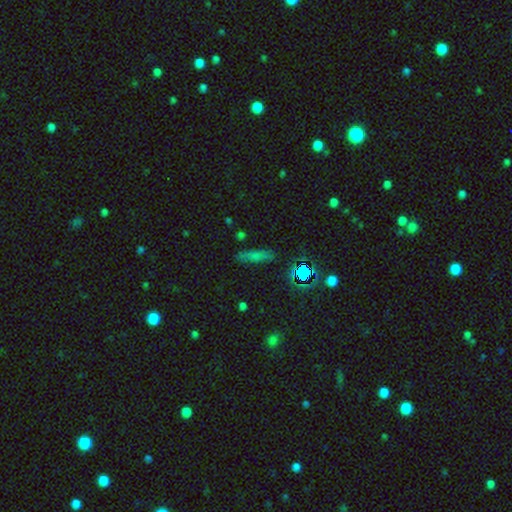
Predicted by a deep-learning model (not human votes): Smooth or featured? smooth (65%)
How rounded? cigar-shaped (67%)
Merging? none (80%)